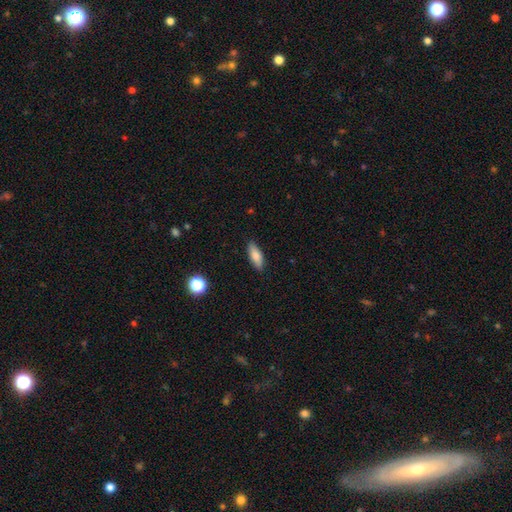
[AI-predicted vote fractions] smooth 81%, featured or disk 11%, star or artifact 7%. Down the decision tree: how rounded — in between (68%); merging — none (87%).